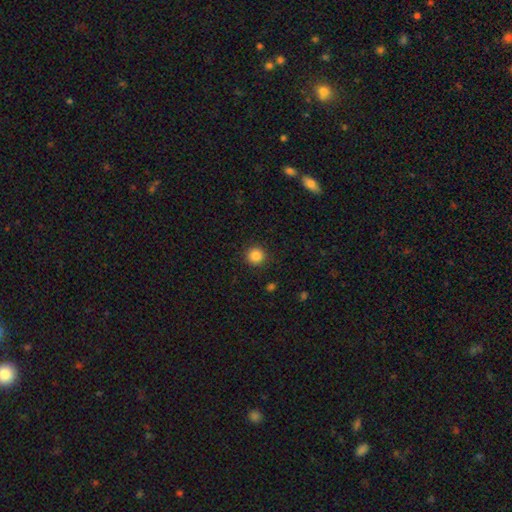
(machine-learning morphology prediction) type=smooth (86%); roundness=round (94%); merging=none (92%).